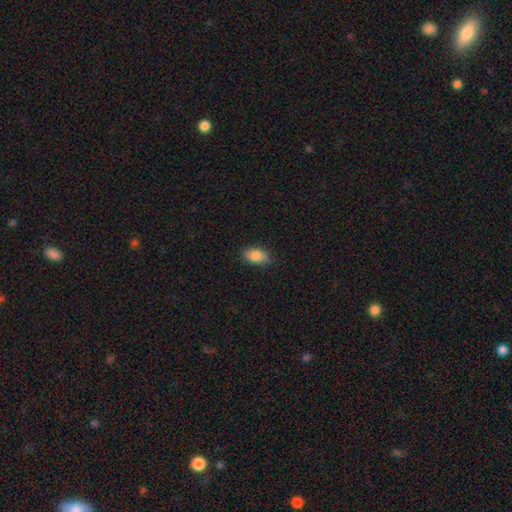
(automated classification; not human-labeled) A smooth galaxy with no disk features (85%) that is in between round and cigar-shaped (90%). Merging: none (84%).